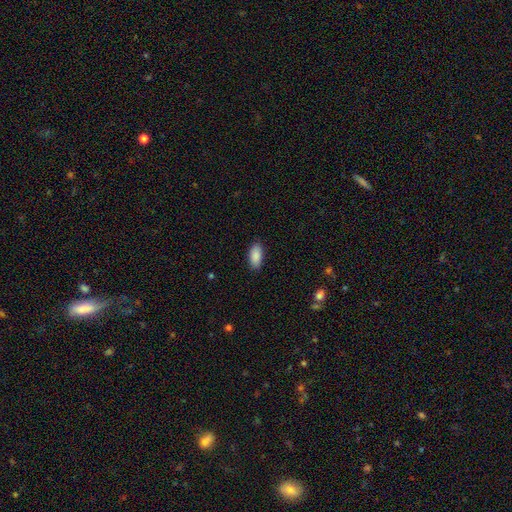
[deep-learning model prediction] Smooth or featured: smooth — 89% (star or artifact — 6%)
How rounded: in between — 91% (cigar-shaped — 7%)
Merging: none — 87% (minor disturbance — 9%)